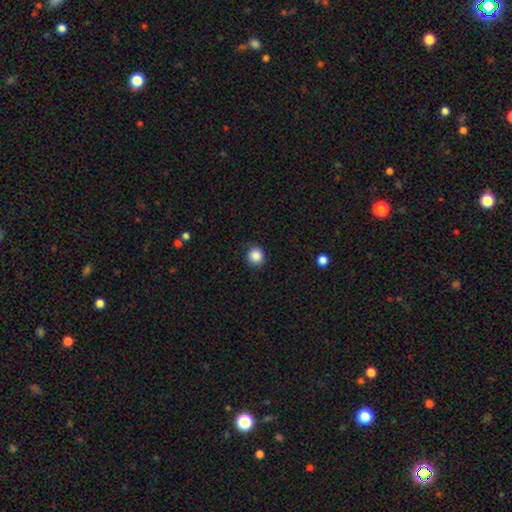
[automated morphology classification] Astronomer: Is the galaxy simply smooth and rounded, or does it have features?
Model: smooth — 87%.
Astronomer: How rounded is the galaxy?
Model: round — 91%.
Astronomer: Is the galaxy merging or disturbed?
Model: none — 89%.